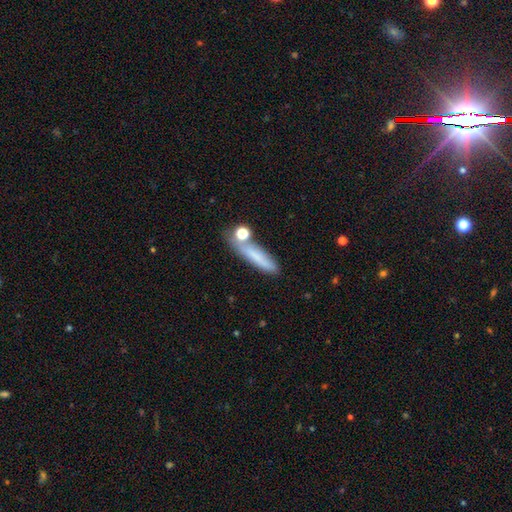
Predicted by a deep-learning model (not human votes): smooth-or-featured: smooth: 70% | featured or disk: 21% | star or artifact: 10%
  how-rounded: cigar-shaped: 78% | in between: 17% | round: 5%
  merging: none: 64% | minor disturbance: 17% | merger: 13% | major disturbance: 6%